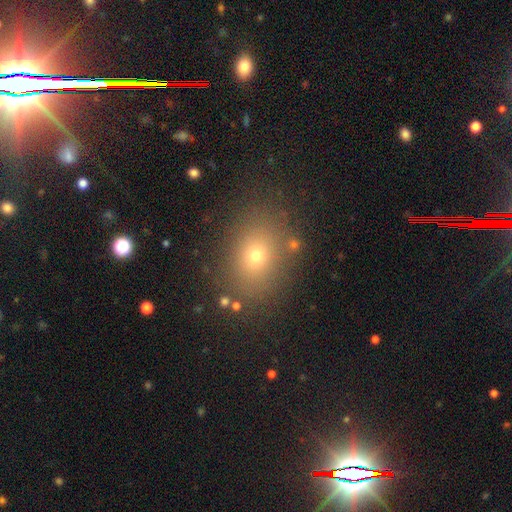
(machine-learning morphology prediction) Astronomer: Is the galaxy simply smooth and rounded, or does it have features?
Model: smooth — 69%.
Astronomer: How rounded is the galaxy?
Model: in between — 54% (runner-up: round, 44%).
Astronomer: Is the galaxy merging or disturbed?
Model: none — 82%.